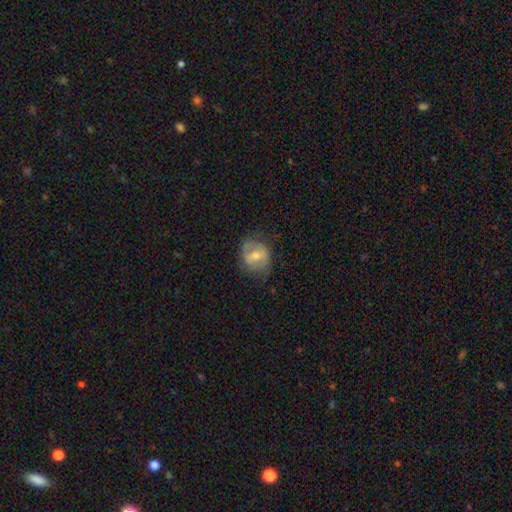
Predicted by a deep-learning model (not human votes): Smooth or featured?
  - featured or disk: 48% *
  - smooth: 45%
  - star or artifact: 7%
Merging?
  - none: 62% *
  - minor disturbance: 24%
  - major disturbance: 13%
  - merger: 1%